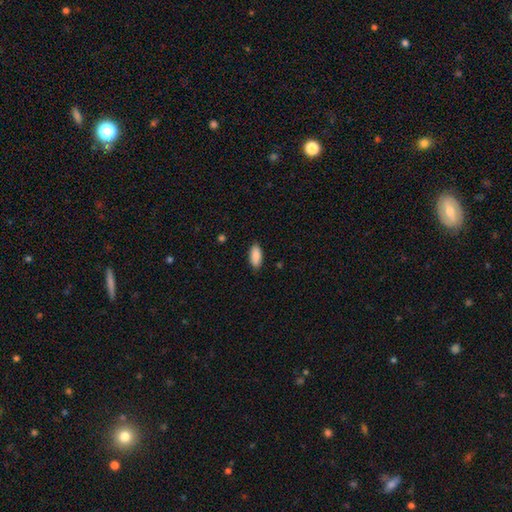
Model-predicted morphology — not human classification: A smooth galaxy with no disk features (89%) that is in between round and cigar-shaped (87%).

Vote fractions:
- Smooth or featured? smooth: 89% / star or artifact: 6% / featured or disk: 4%
- How rounded? in between: 87% / cigar-shaped: 11% / round: 2%
- Merging? none: 87% / minor disturbance: 10% / major disturbance: 2% / merger: 1%